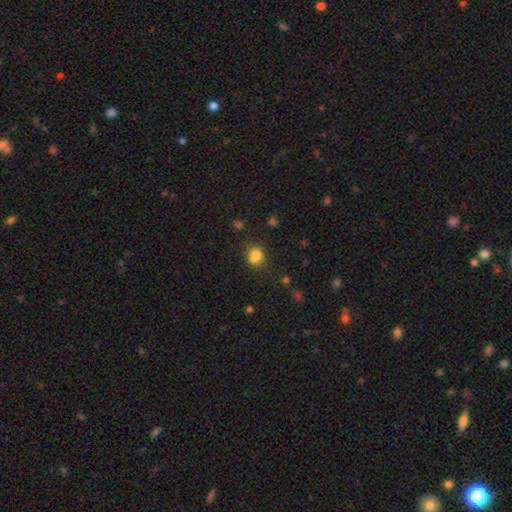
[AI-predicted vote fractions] smooth 80%, star or artifact 12%, featured or disk 8%. Down the decision tree: how rounded — round (69%); merging — none (57%).